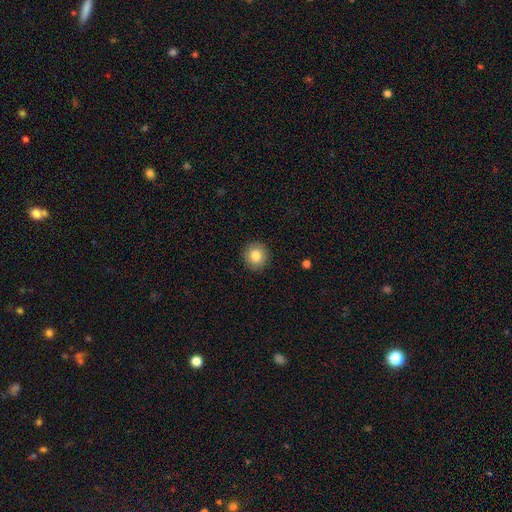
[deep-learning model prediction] The model was most divided on "smooth or featured": smooth: 83%, star or artifact: 9%, featured or disk: 8%. More confident: how rounded — round (92%); merging — none (91%).